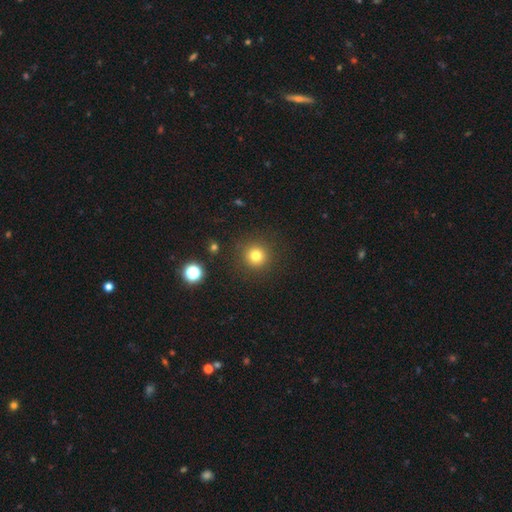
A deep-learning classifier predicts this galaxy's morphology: This is likely a smooth galaxy (79%). How rounded: clearly round (95%). Merging: clearly none (90%).